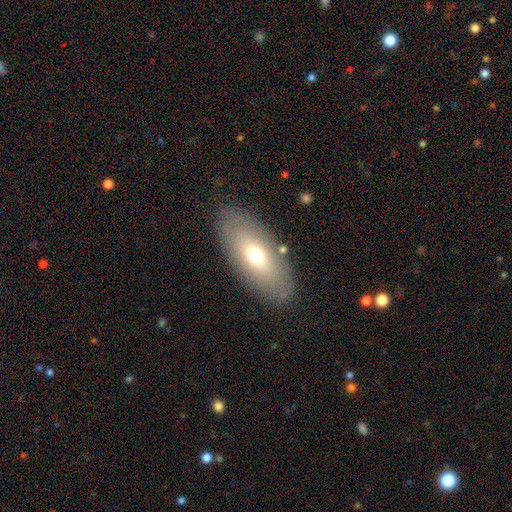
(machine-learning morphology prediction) Smooth or featured? smooth (62%)
How rounded? in between (86%)
Merging? none (84%)